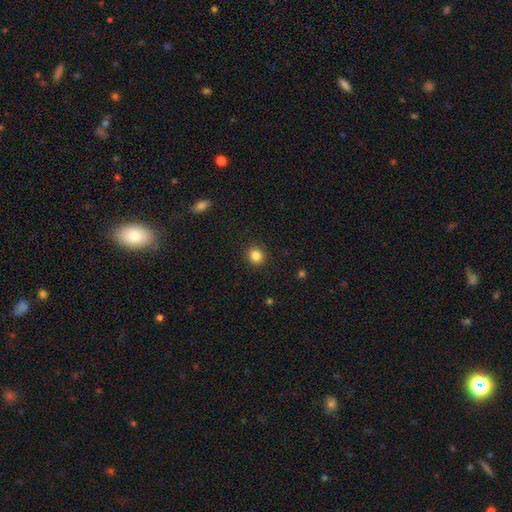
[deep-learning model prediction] smooth-or-featured: smooth: 84% | star or artifact: 11% | featured or disk: 5%
  how-rounded: round: 90% | in between: 9% | cigar-shaped: 1%
  merging: none: 92% | minor disturbance: 5% | major disturbance: 2% | merger: 1%